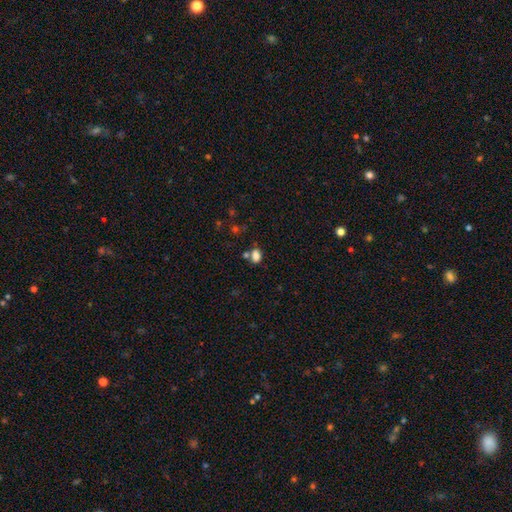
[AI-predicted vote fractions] A smooth galaxy with no disk features (81%) that is in between round and cigar-shaped (79%).

Vote fractions:
- Smooth or featured? smooth: 81% / star or artifact: 13% / featured or disk: 6%
- How rounded? in between: 79% / round: 19% / cigar-shaped: 2%
- Merging? none: 58% / merger: 21% / minor disturbance: 15% / major disturbance: 5%